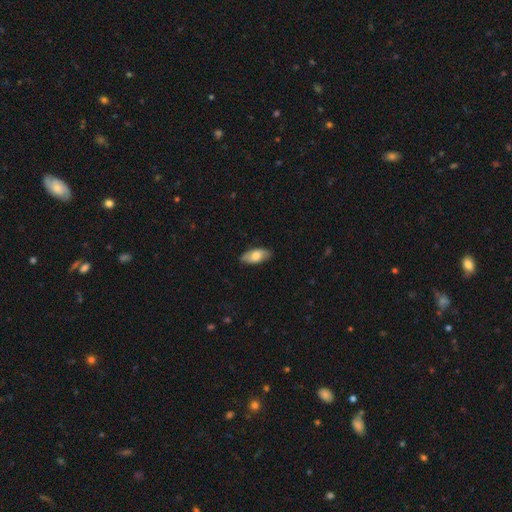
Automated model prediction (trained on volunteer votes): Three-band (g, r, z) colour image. It shows a smooth galaxy with no disk features (72%) that is in between round and cigar-shaped (90%). Merging: none (83%).